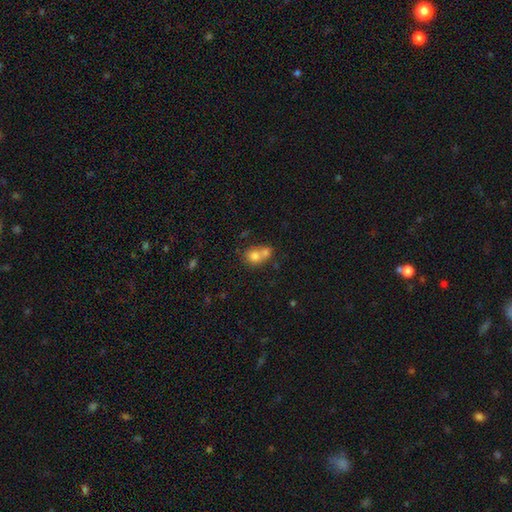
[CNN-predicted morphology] Q: Smooth or featured?
A: smooth (74%); runner-up: featured or disk (15%)
Q: How rounded?
A: round (69%); runner-up: in between (30%)
Q: Merging?
A: merger (62%); runner-up: none (28%)